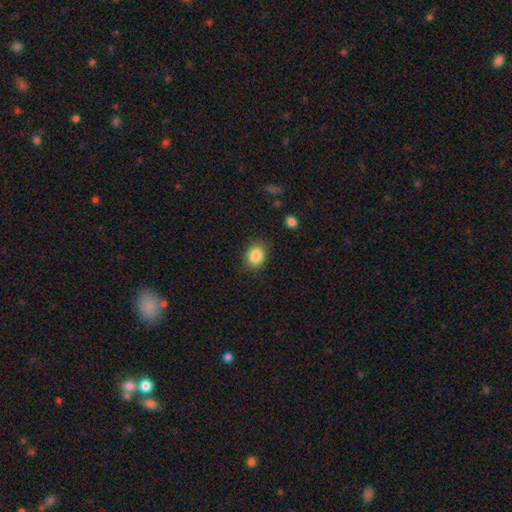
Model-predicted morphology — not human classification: type=smooth (86%); roundness=in between (51%); merging=none (87%).